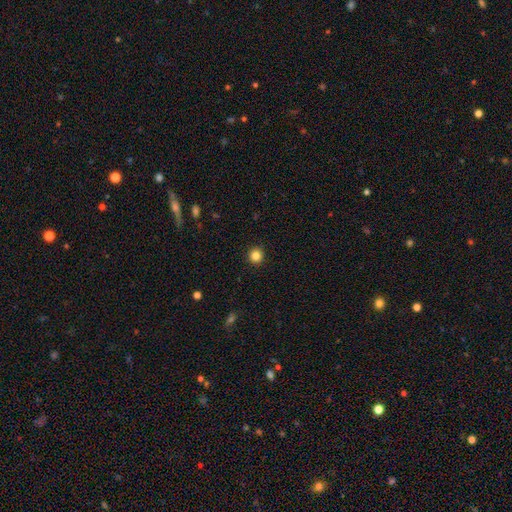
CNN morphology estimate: This is clearly a smooth galaxy (84%). How rounded: clearly round (94%). Merging: clearly none (92%).